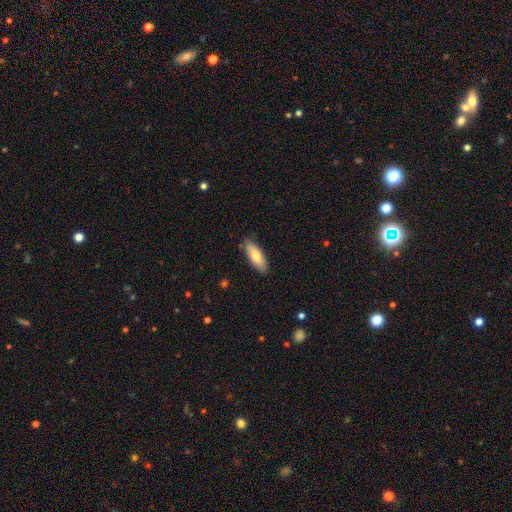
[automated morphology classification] Overall: smooth (75%). How rounded: in between (71%). Merging: none (85%).